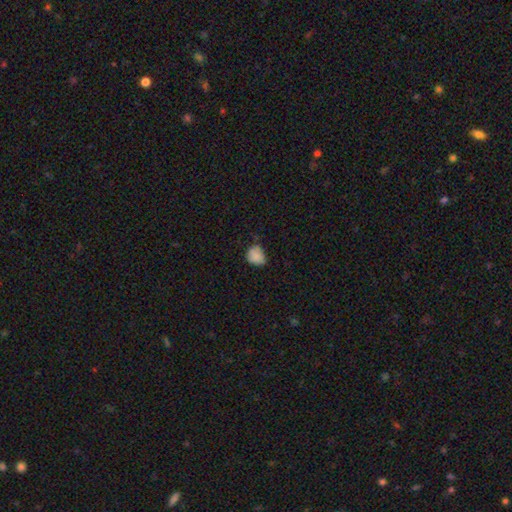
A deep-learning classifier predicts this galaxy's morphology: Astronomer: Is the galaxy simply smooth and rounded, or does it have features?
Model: smooth — 81%.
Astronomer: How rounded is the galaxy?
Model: round — 53% (runner-up: in between, 46%).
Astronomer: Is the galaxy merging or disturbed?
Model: none — 53% (runner-up: minor disturbance, 35%).